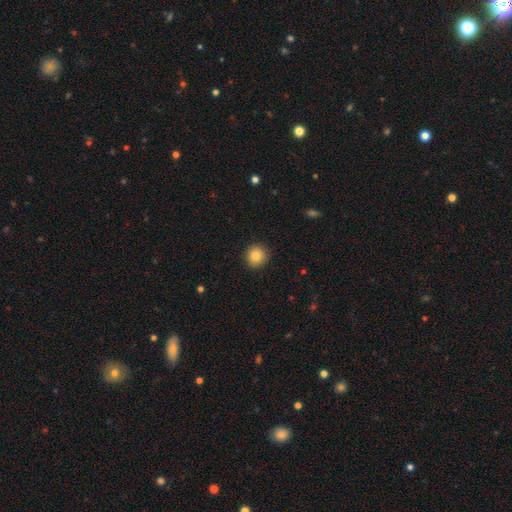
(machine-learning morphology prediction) A smooth galaxy with no disk features (83%) that is round (94%). Merging: none (91%).